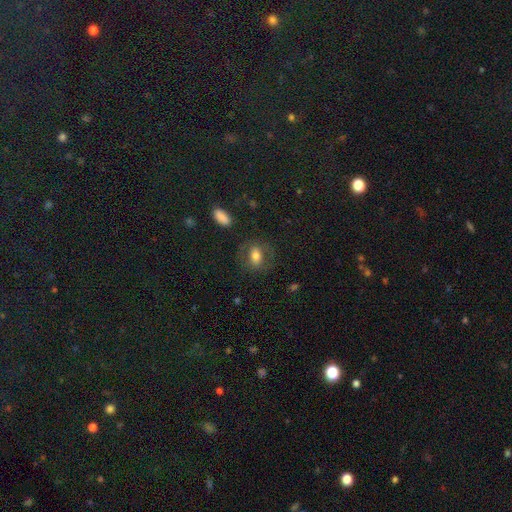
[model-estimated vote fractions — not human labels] smooth-or-featured: smooth: 64% | featured or disk: 26% | star or artifact: 10%
  how-rounded: in between: 72% | round: 26% | cigar-shaped: 2%
  merging: none: 73% | minor disturbance: 14% | major disturbance: 11% | merger: 2%